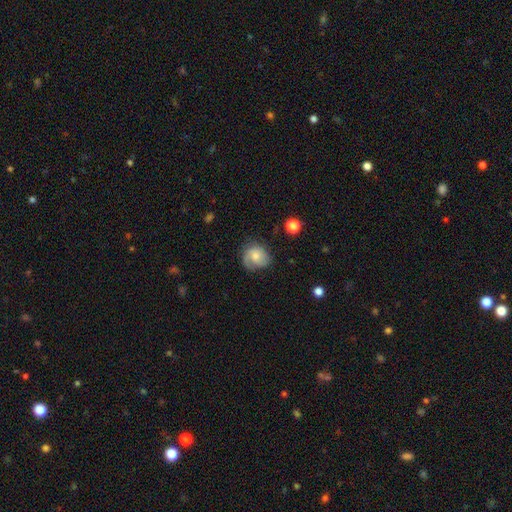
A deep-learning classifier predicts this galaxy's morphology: This appears to be a smooth galaxy with no disk features (50%). Merging: none (58%).